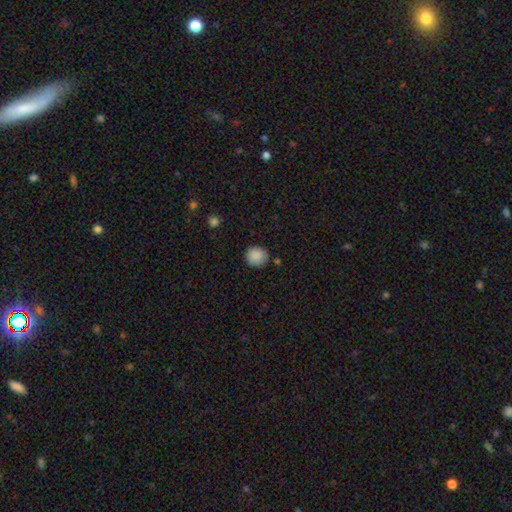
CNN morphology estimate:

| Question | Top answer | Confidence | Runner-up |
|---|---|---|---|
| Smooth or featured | smooth | 88% | star or artifact (8%) |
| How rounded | round | 87% | in between (12%) |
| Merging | none | 83% | minor disturbance (12%) |